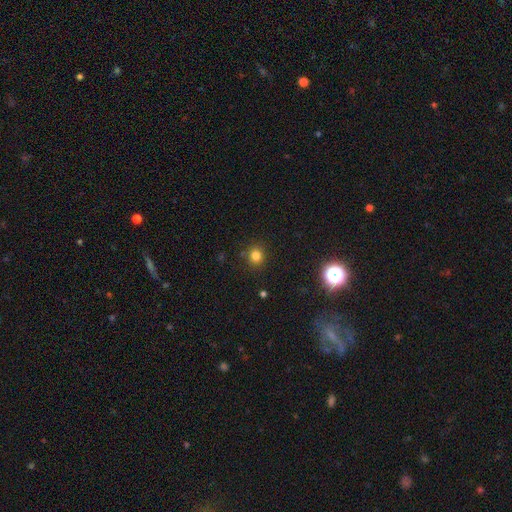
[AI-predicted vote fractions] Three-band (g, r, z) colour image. It shows a smooth galaxy with no disk features (79%) that is round (87%). Merging: none (87%).